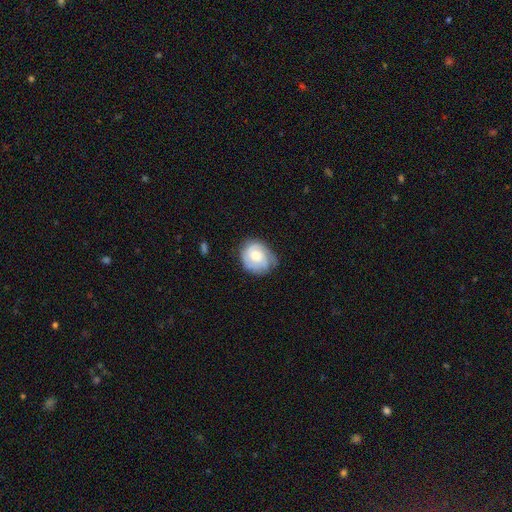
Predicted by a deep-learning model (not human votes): The model was most divided on "smooth or featured": featured or disk: 57%, smooth: 36%, star or artifact: 6%. More confident: edge-on disk — no (98%); spiral arms — yes (88%); bar — no (74%); merging — none (65%); bulge size — moderate (56%).